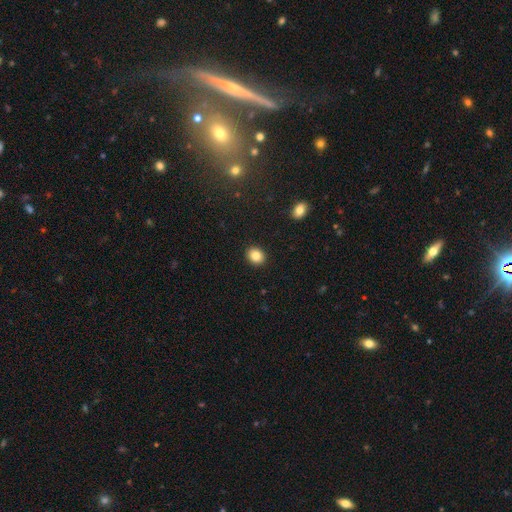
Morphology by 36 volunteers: Q: Smooth or featured?
A: smooth (86%); runner-up: featured or disk (8%)
Q: How rounded?
A: round (52%); runner-up: in between (48%)
Q: Merging?
A: none (94%); runner-up: minor disturbance (3%)